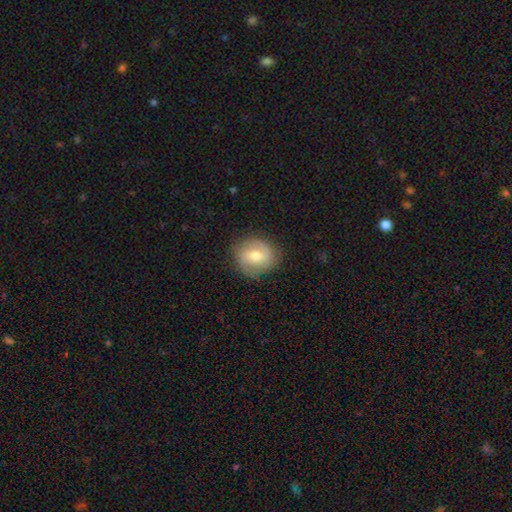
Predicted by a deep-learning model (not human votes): Morphology: type=featured or disk (51%); edge-on=no (97%); merging=none (81%).